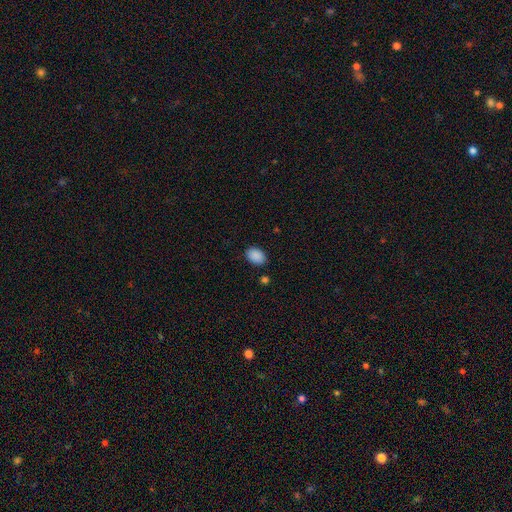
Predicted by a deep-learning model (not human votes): This appears to be a smooth galaxy with no disk features (89%) that is in between round and cigar-shaped (80%). Merging: none (85%).